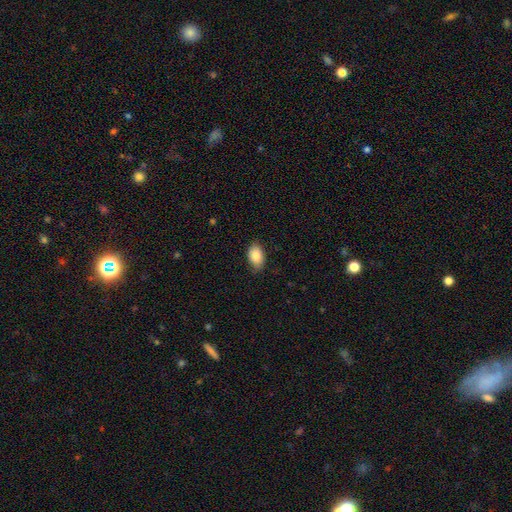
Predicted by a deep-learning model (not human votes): Q: Smooth or featured?
A: smooth (85%); runner-up: featured or disk (7%)
Q: How rounded?
A: in between (90%); runner-up: round (9%)
Q: Merging?
A: none (83%); runner-up: minor disturbance (14%)